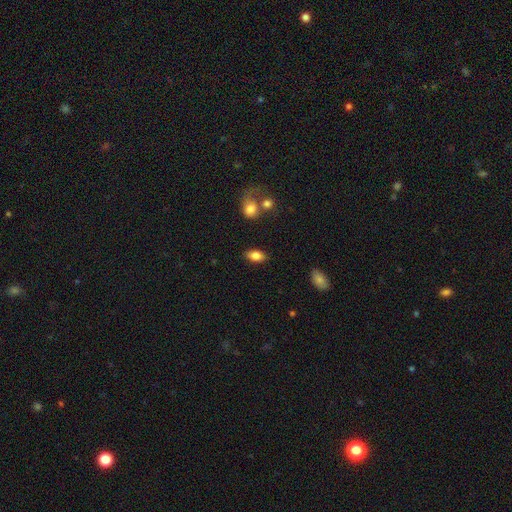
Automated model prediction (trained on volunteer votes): Overall: smooth (80%). How rounded: in between (88%). Merging: none (84%).